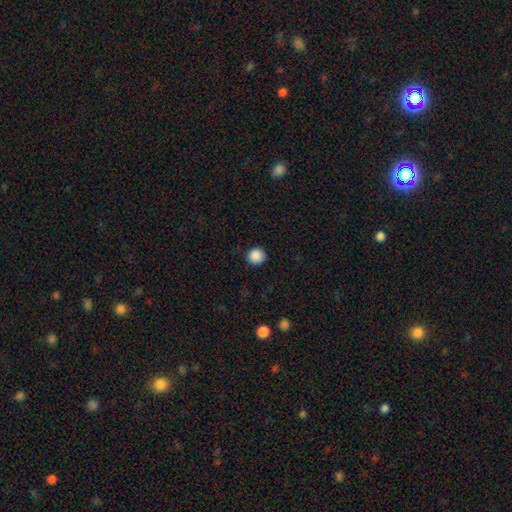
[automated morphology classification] smooth-or-featured: smooth: 88% | star or artifact: 9% | featured or disk: 2%
  how-rounded: round: 93% | in between: 6% | cigar-shaped: 1%
  merging: none: 91% | minor disturbance: 6% | major disturbance: 2% | merger: 1%